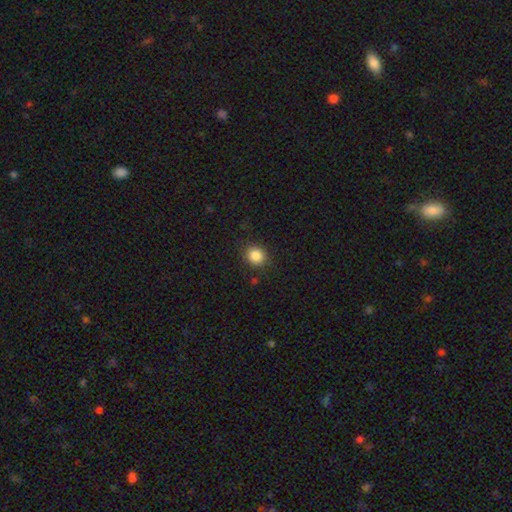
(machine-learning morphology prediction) smooth_or_featured: smooth (p=0.86) [alt: star or artifact p=0.10]
how_rounded: round (p=0.79) [alt: in between p=0.21]
merging: none (p=0.87) [alt: minor disturbance p=0.09]